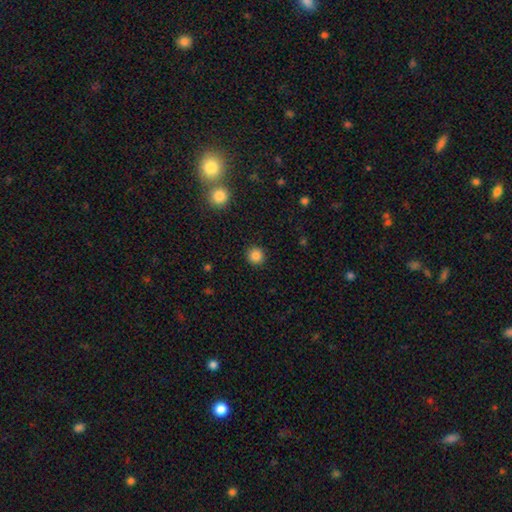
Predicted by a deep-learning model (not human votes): Smooth or featured?
  - smooth: 86% *
  - star or artifact: 11%
  - featured or disk: 4%
How rounded?
  - round: 94% *
  - in between: 5%
  - cigar-shaped: 1%
Merging?
  - none: 92% *
  - minor disturbance: 5%
  - major disturbance: 2%
  - merger: 1%